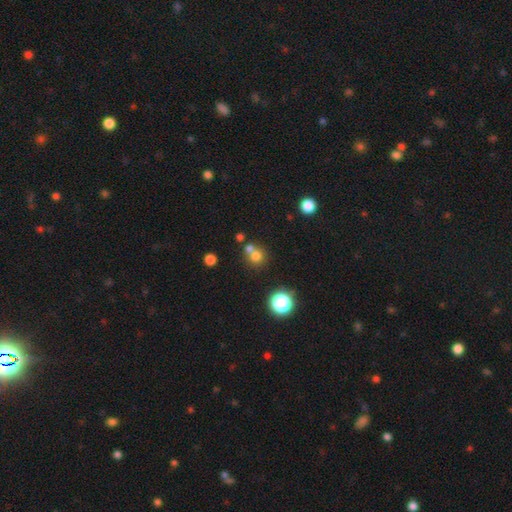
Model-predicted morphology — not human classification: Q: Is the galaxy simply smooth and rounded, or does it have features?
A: smooth — 70%.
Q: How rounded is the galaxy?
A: round — 88%.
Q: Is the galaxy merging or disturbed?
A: none — 51%.